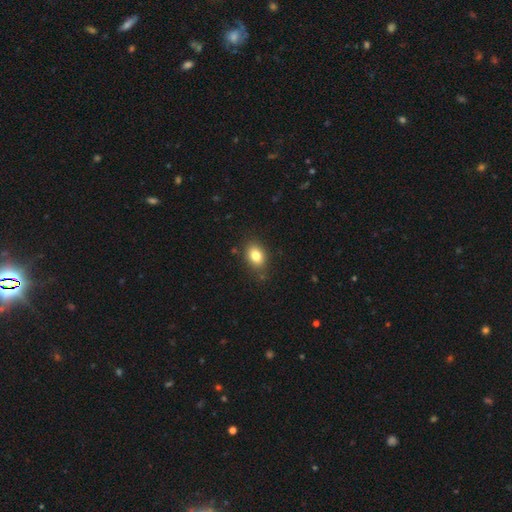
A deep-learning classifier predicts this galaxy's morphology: Smooth or featured? Predicted: smooth (p=0.82). How rounded? Predicted: in between (p=0.75). Merging? Predicted: none (p=0.82).